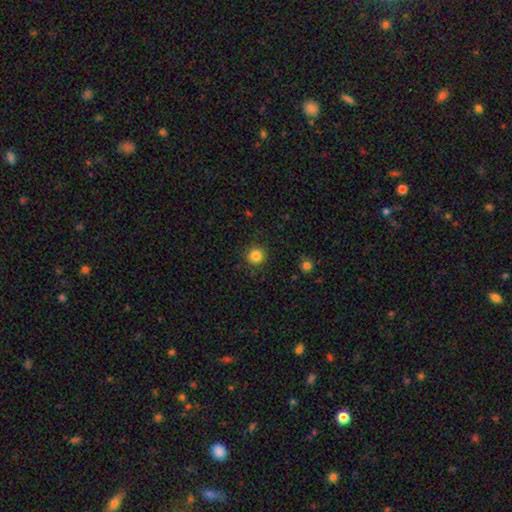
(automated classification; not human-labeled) The model was most divided on "smooth or featured": smooth: 85%, star or artifact: 11%, featured or disk: 4%. More confident: how rounded — round (95%); merging — none (91%).